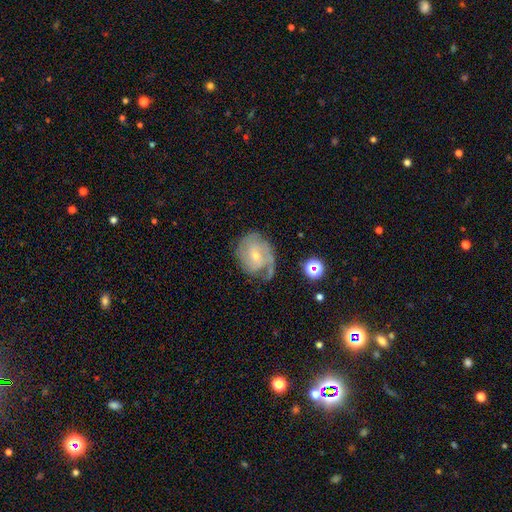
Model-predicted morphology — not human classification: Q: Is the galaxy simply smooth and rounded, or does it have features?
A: featured or disk — 74%.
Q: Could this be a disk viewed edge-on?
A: no — 97%.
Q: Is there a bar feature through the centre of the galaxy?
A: no — 57%.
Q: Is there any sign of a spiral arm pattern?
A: yes — 89%.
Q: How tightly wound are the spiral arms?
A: tight — 53%.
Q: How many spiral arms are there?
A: can't tell — 36%.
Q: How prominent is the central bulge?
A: small — 66%.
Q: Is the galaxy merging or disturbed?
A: none — 52%.